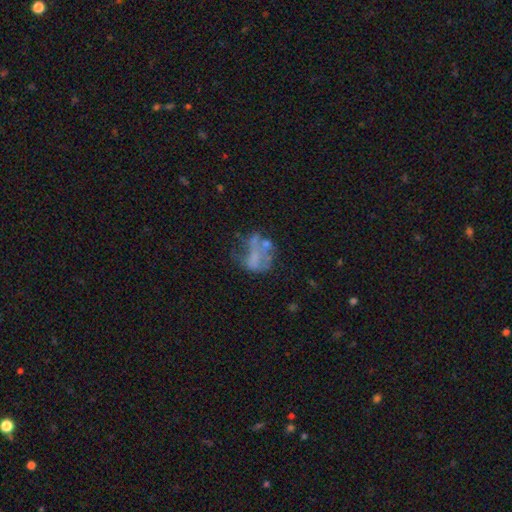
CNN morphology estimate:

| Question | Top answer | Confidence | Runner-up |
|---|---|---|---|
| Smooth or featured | featured or disk | 52% | smooth (32%) |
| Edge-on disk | no | 98% | yes (2%) |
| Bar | no | 90% | weak (7%) |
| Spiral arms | no | 91% | yes (9%) |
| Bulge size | none | 78% | moderate (9%) |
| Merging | major disturbance | 35% | none (32%) |